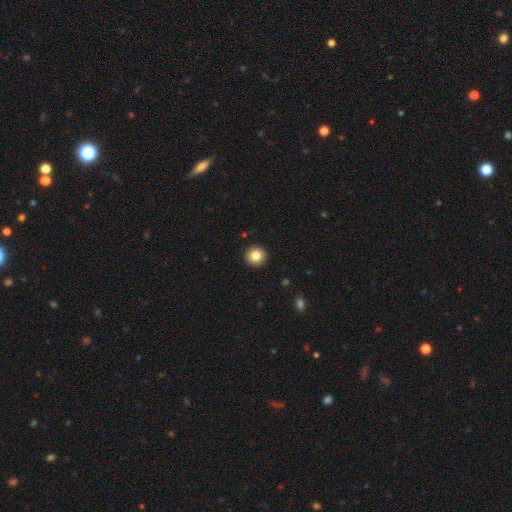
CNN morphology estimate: Q: Smooth or featured?
A: smooth (83%); runner-up: star or artifact (10%)
Q: How rounded?
A: round (94%); runner-up: in between (5%)
Q: Merging?
A: none (93%); runner-up: minor disturbance (4%)